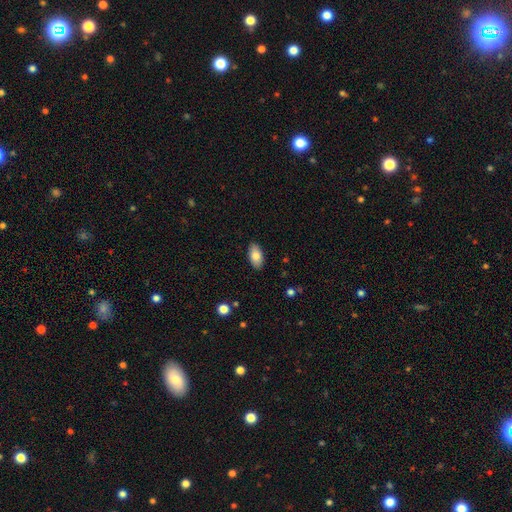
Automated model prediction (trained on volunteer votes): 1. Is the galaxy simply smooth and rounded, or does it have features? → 82% smooth, 12% featured or disk, 7% star or artifact.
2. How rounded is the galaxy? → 94% in between, 3% cigar-shaped, 3% round.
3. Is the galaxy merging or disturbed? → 88% none, 9% minor disturbance, 2% major disturbance, 1% merger.